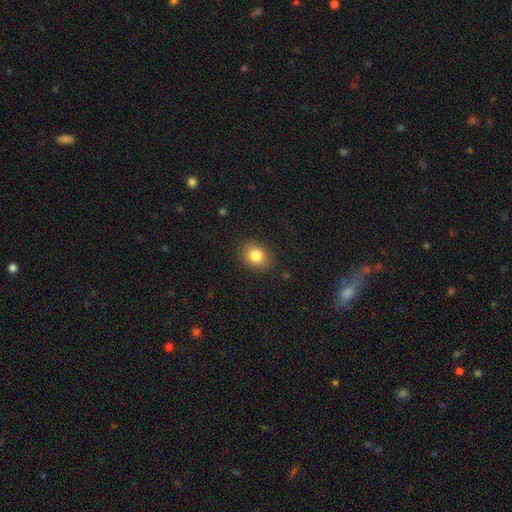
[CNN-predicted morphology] The model was most divided on "how rounded": in between: 52%, round: 47%, cigar-shaped: 1%. More confident: merging — none (87%); smooth or featured — smooth (83%).